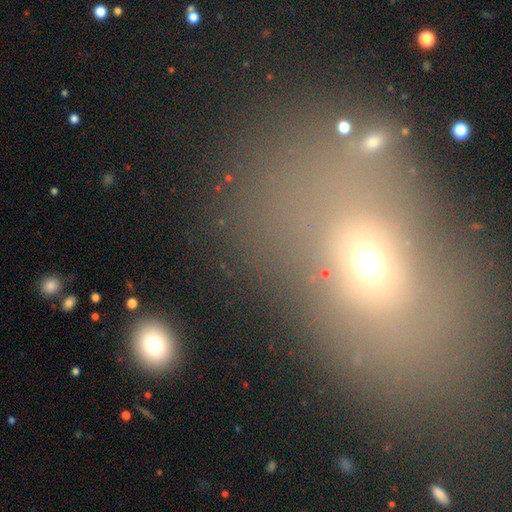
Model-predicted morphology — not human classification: Smooth or featured? smooth (52%)
How rounded? in between (65%)
Merging? none (68%)